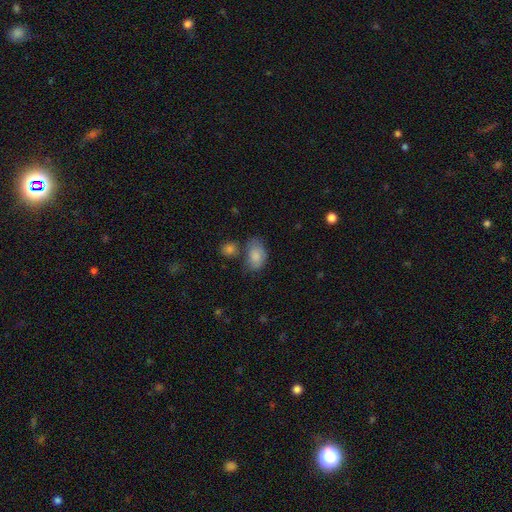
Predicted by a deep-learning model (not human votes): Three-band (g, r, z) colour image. It shows a smooth galaxy with no disk features (81%) that is in between round and cigar-shaped (87%). Merging: none (49%).